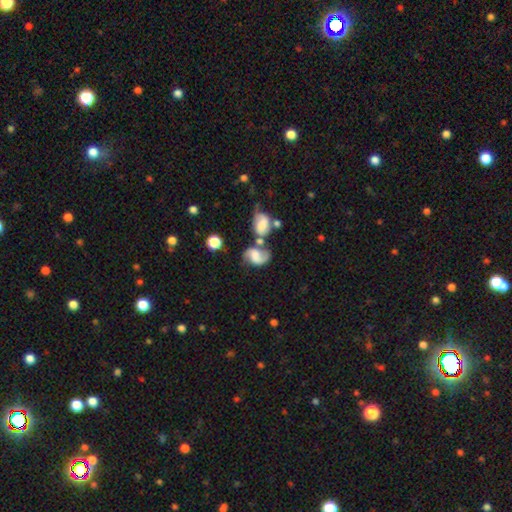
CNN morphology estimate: Smooth or featured?
  - featured or disk: 66% *
  - smooth: 25%
  - star or artifact: 9%
Edge-on disk?
  - no: 97% *
  - yes: 3%
Bar?
  - no: 44% *
  - weak: 42%
  - strong: 14%
Spiral arms?
  - yes: 92% *
  - no: 8%
Spiral winding?
  - loose: 45% *
  - medium: 42%
  - tight: 13%
Spiral arm count?
  - 2: 88% *
  - can't tell: 5%
  - 1: 4%
  - 3: 1%
  - 4: 1%
  - more than 4: 1%
Bulge size?
  - none: 33% *
  - moderate: 26%
  - small: 20%
  - large: 18%
  - dominant: 4%
Merging?
  - none: 42% *
  - merger: 32%
  - minor disturbance: 17%
  - major disturbance: 9%